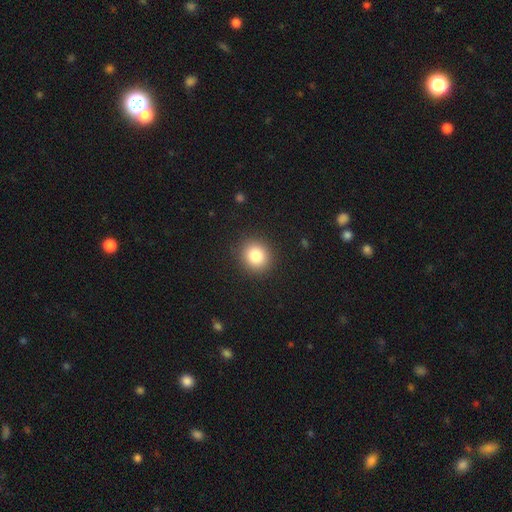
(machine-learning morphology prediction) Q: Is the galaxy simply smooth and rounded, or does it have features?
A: smooth — 82%.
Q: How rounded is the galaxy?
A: round — 86%.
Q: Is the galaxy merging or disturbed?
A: none — 91%.